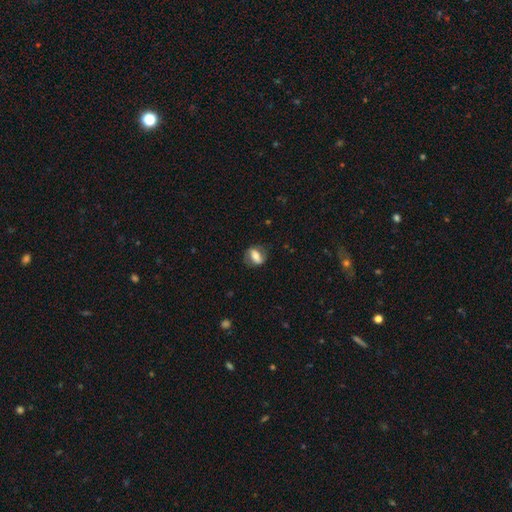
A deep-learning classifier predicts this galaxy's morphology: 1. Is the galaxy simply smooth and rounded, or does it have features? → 54% smooth, 38% featured or disk, 8% star or artifact.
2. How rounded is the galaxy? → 73% in between, 19% round, 8% cigar-shaped.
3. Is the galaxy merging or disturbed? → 74% none, 18% minor disturbance, 7% major disturbance, 1% merger.